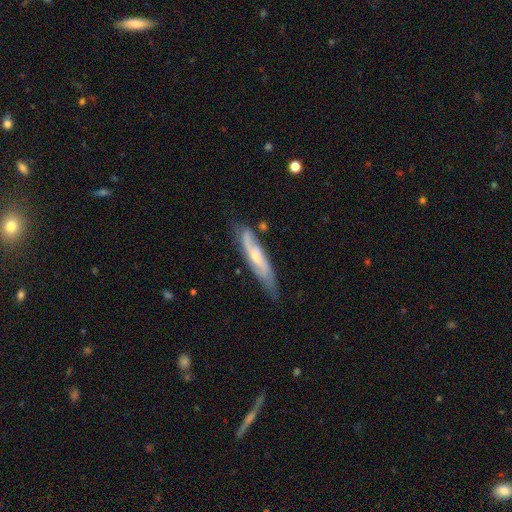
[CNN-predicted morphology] A featured or disk galaxy (69%).

Vote fractions:
- Smooth or featured? featured or disk: 69% / smooth: 25% / star or artifact: 6%
- Edge-on disk? no: 65% / yes: 35%
- Merging? none: 67% / minor disturbance: 24% / major disturbance: 6% / merger: 3%